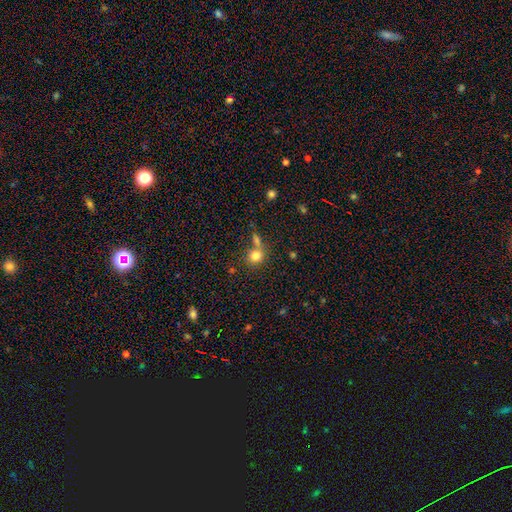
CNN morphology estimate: Smooth or featured? Predicted: smooth (p=0.80). How rounded? Predicted: round (p=0.81). Merging? Predicted: none (p=0.60).